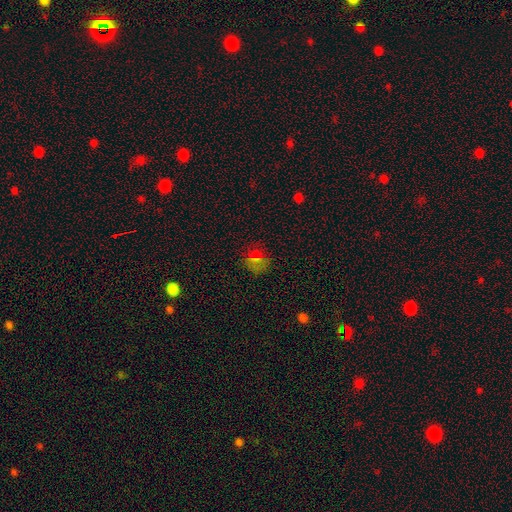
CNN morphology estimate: This is possibly a smooth galaxy (56%). How rounded: clearly round (83%). Merging: likely none (75%).